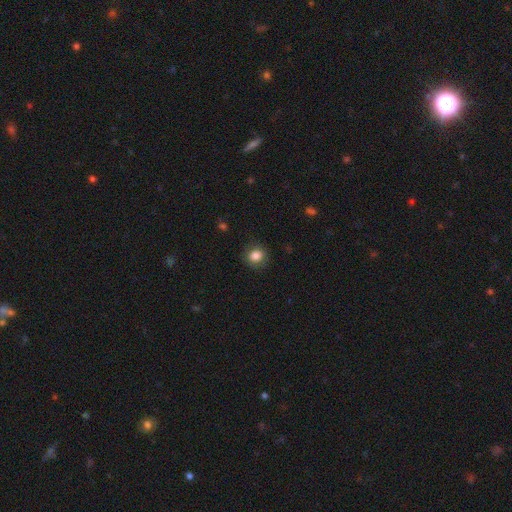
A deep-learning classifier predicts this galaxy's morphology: A smooth galaxy with no disk features (84%) that is round (77%). Merging: none (84%).